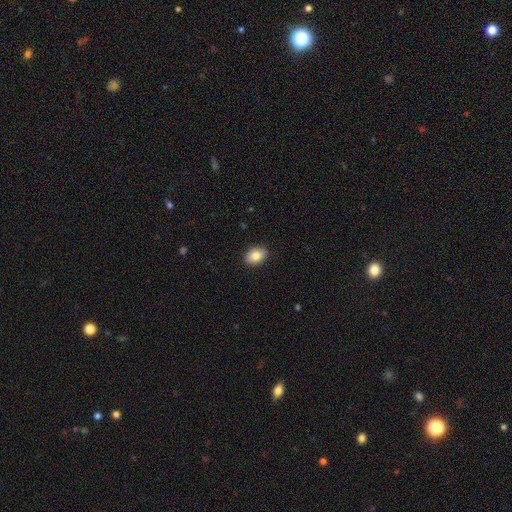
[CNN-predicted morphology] A smooth galaxy with no disk features (86%) that is in between round and cigar-shaped (82%). Merging: none (89%).